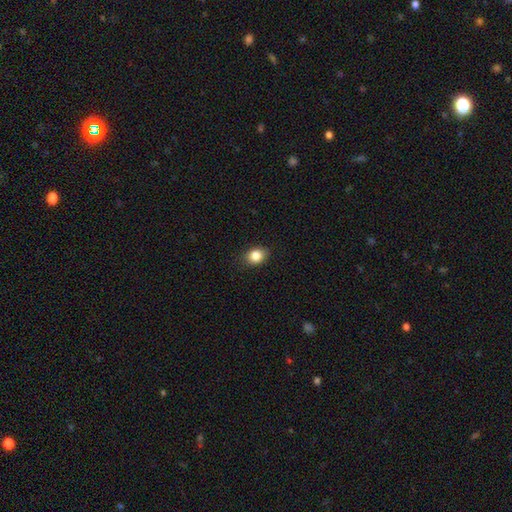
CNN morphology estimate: Overall: smooth (84%). How rounded: in between (57%; round 42%). Merging: none (86%).